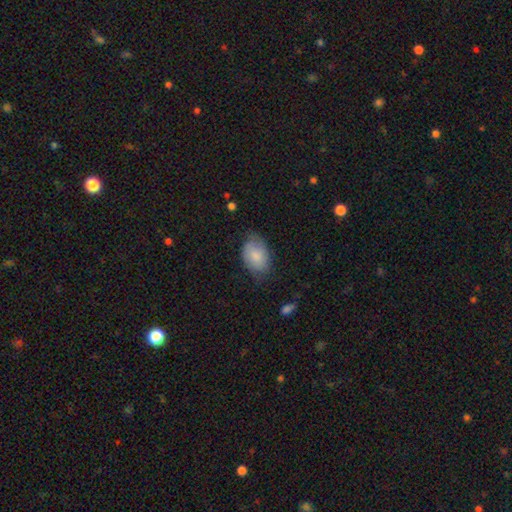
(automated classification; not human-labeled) Smooth or featured? smooth (76%)
How rounded? in between (87%)
Merging? none (61%)